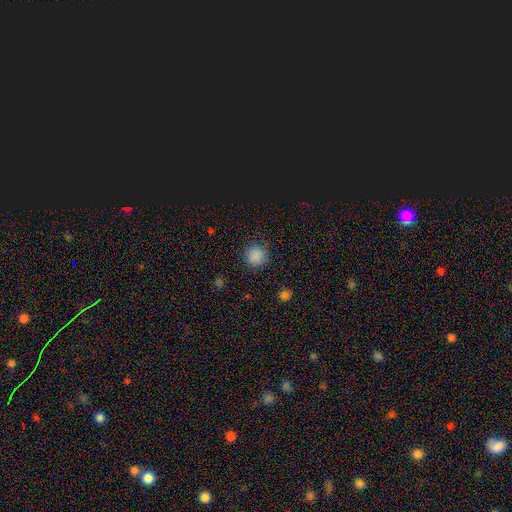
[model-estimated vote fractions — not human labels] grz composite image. It shows a smooth galaxy with no disk features (84%) that is round (94%). Merging: none (87%).